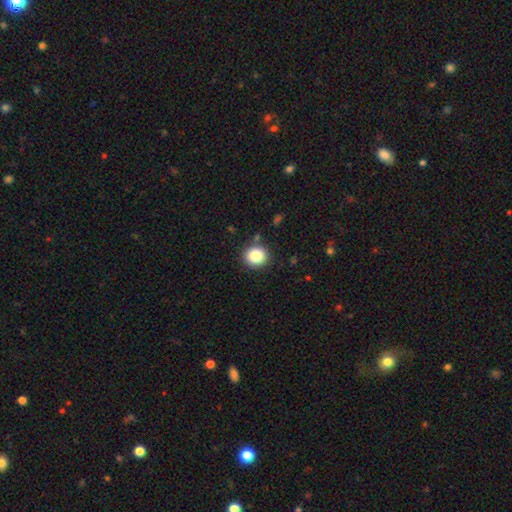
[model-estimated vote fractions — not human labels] The model was most divided on "how rounded": round: 84%, in between: 15%, cigar-shaped: 1%. More confident: merging — none (88%); smooth or featured — smooth (84%).